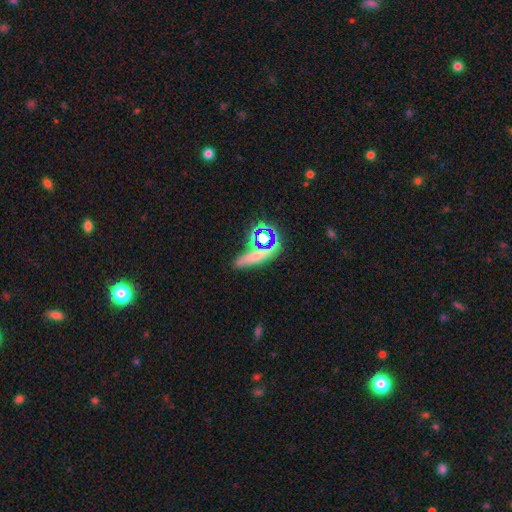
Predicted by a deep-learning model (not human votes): smooth_or_featured: smooth (p=0.58) [alt: star or artifact p=0.25]
how_rounded: cigar-shaped (p=0.59) [alt: in between p=0.26]
merging: none (p=0.69) [alt: minor disturbance p=0.14]